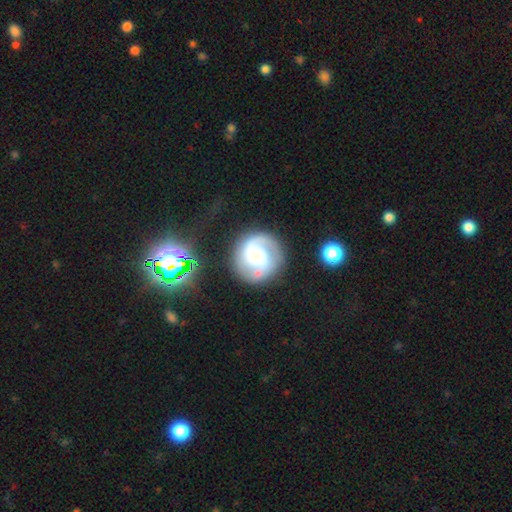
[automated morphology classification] The model was most divided on "bulge size": moderate: 47%, small: 42%, large: 7%, none: 2%, dominant: 2%. Remaining: edge-on disk — no (98%); spiral arms — yes (91%); spiral arm count — 2 (79%); merging — none (77%); smooth or featured — featured or disk (71%); bar — no (53%); spiral winding — medium (46%).